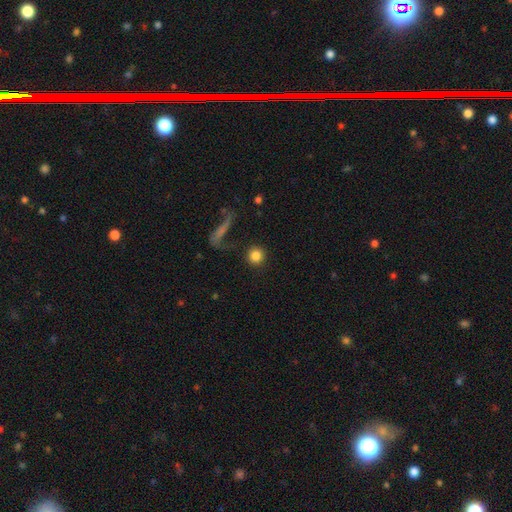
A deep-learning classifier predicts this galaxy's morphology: smooth_or_featured: smooth (p=0.84) [alt: star or artifact p=0.09]
how_rounded: round (p=0.94) [alt: in between p=0.04]
merging: none (p=0.84) [alt: minor disturbance p=0.07]